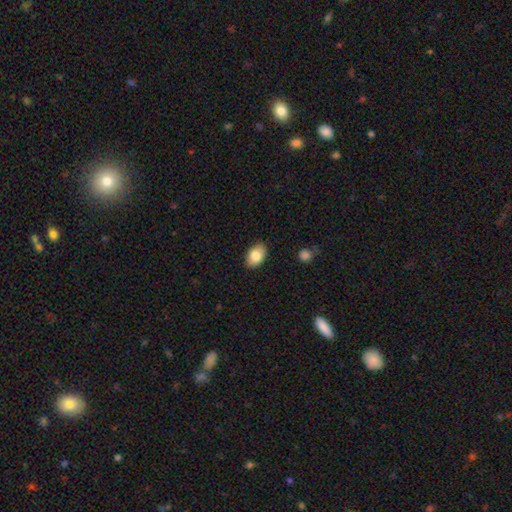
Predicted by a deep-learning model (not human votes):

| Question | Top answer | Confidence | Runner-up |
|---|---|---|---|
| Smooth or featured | smooth | 83% | featured or disk (9%) |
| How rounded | in between | 85% | round (14%) |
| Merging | none | 85% | minor disturbance (11%) |